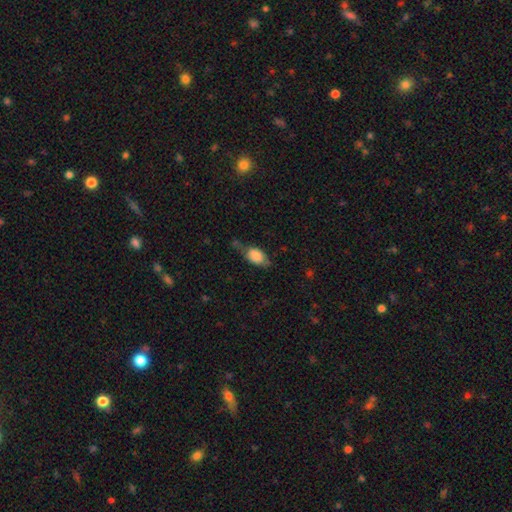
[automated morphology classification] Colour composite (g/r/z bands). It shows a smooth galaxy with no disk features (78%) that is in between round and cigar-shaped (87%). Merging: none (43%).